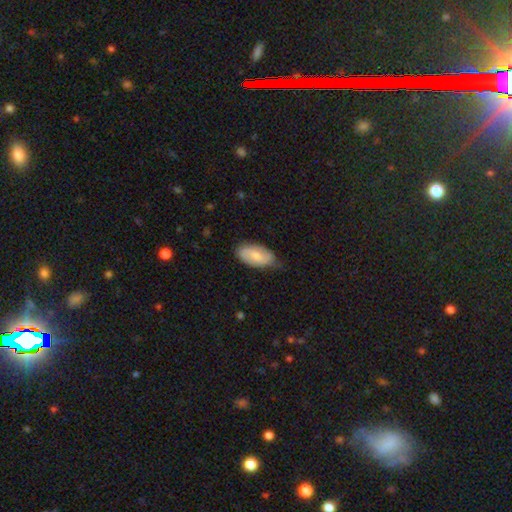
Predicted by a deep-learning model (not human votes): smooth_or_featured: smooth (p=0.66) [alt: featured or disk p=0.28]
how_rounded: in between (p=0.94) [alt: round p=0.04]
merging: none (p=0.67) [alt: minor disturbance p=0.28]